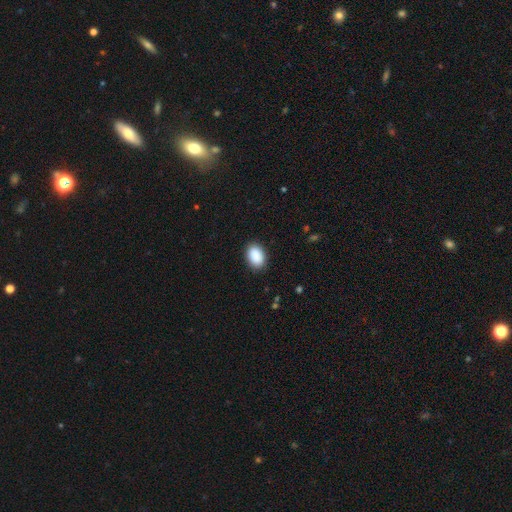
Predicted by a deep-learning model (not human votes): Smooth or featured? Predicted: smooth (p=0.90). How rounded? Predicted: in between (p=0.85). Merging? Predicted: none (p=0.88).